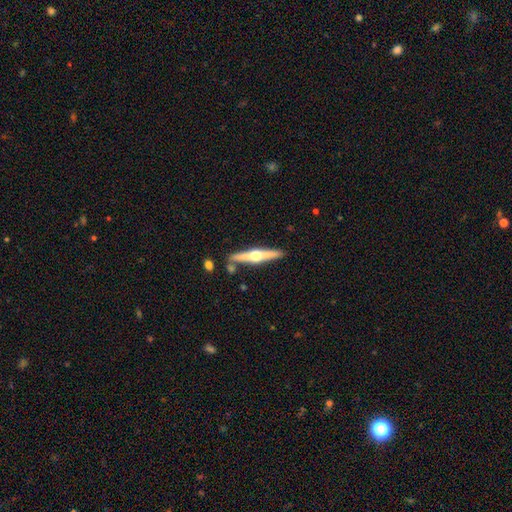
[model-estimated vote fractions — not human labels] Smooth or featured: featured or disk — 72% (smooth — 23%)
Edge-on disk: yes — 97% (no — 3%)
Edge-on bulge: rounded — 96% (boxy — 2%)
Merging: none — 85% (minor disturbance — 8%)